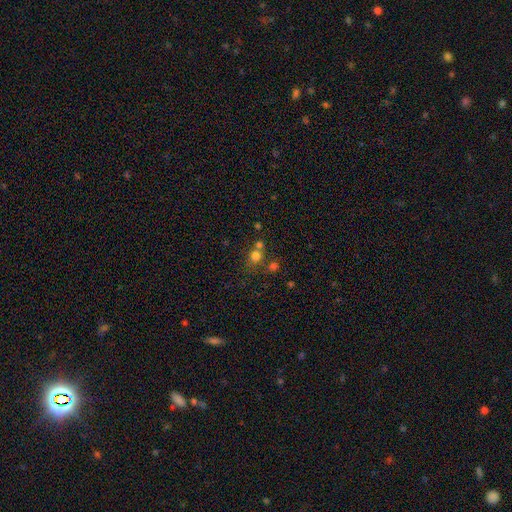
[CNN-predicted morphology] Smooth or featured? Predicted: smooth (p=0.71). How rounded? Predicted: round (p=0.86). Merging? Predicted: none (p=0.57).